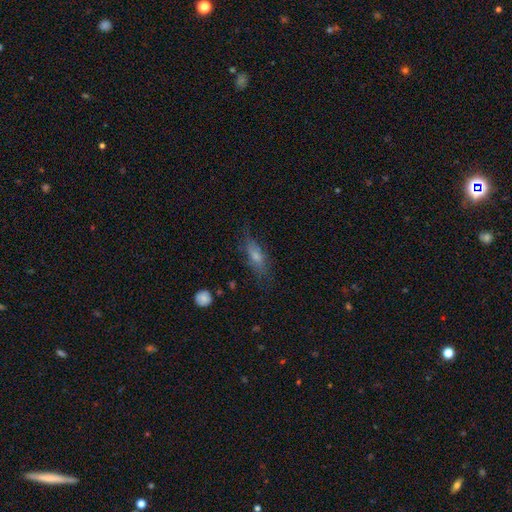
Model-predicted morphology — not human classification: A smooth galaxy with no disk features (50%).

Vote fractions:
- Smooth or featured? smooth: 50% / featured or disk: 37% / star or artifact: 14%
- Merging? none: 73% / minor disturbance: 19% / major disturbance: 7% / merger: 2%